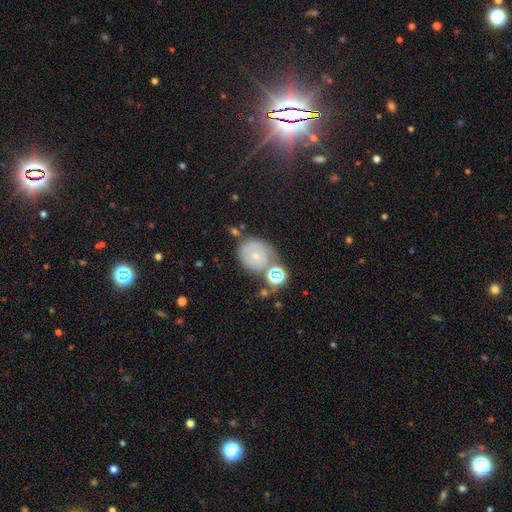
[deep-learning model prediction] Morphology: type=smooth (50%); roundness=round (77%); merging=none (59%).